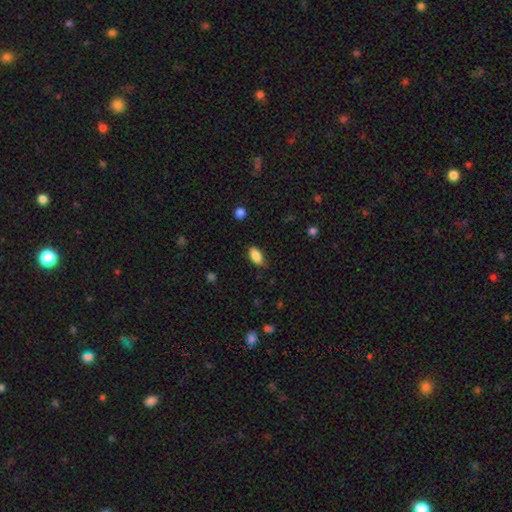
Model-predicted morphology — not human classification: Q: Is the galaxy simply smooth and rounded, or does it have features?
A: smooth — 87%.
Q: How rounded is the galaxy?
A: in between — 90%.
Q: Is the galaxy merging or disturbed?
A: none — 75%.